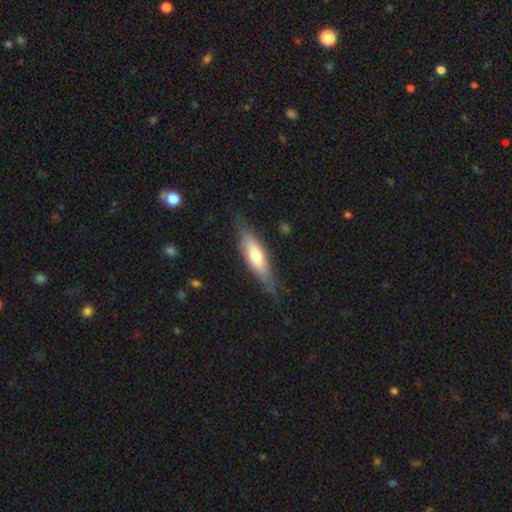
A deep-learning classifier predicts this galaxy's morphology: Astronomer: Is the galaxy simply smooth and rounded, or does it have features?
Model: smooth — 60% (runner-up: featured or disk, 35%).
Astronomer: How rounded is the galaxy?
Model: cigar-shaped — 61% (runner-up: in between, 37%).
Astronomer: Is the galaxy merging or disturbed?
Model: none — 75%.